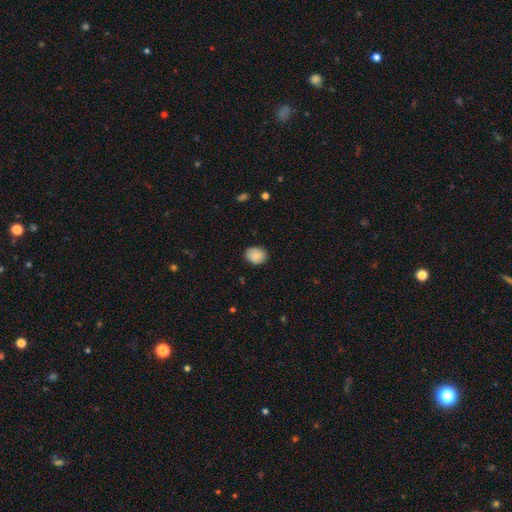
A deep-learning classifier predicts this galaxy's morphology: This appears to be a smooth galaxy with no disk features (85%) that is in between round and cigar-shaped (52%). Merging: none (84%).